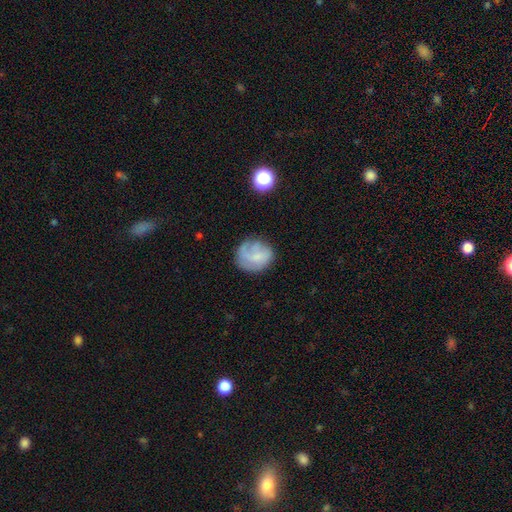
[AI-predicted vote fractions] Q: Smooth or featured?
A: smooth (53%); runner-up: featured or disk (38%)
Q: How rounded?
A: round (73%); runner-up: in between (26%)
Q: Merging?
A: none (61%); runner-up: minor disturbance (23%)